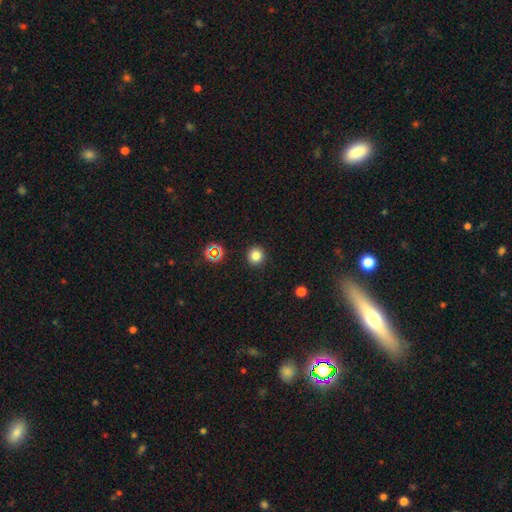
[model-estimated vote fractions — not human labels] smooth-or-featured: smooth: 81% | star or artifact: 14% | featured or disk: 4%
  how-rounded: round: 94% | in between: 5% | cigar-shaped: 1%
  merging: none: 92% | minor disturbance: 5% | major disturbance: 2% | merger: 1%